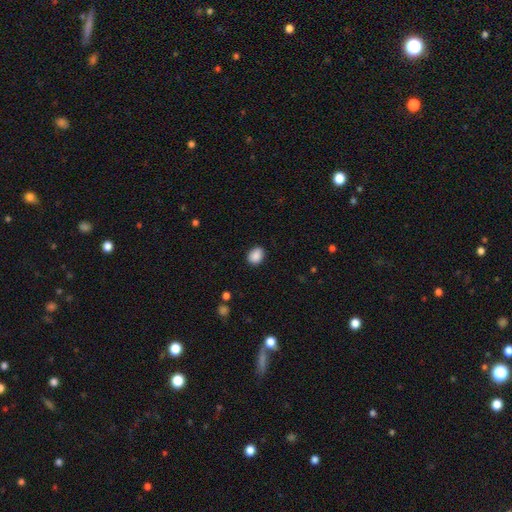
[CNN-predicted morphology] type=smooth (89%); roundness=in between (64%); merging=none (87%).